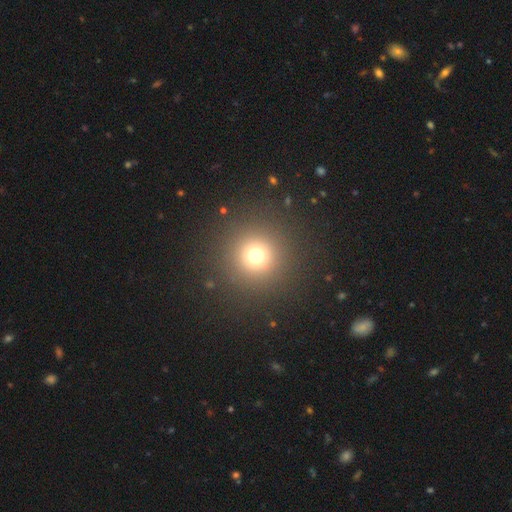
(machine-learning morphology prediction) A smooth galaxy with no disk features (71%) that is round (96%). Merging: none (89%).